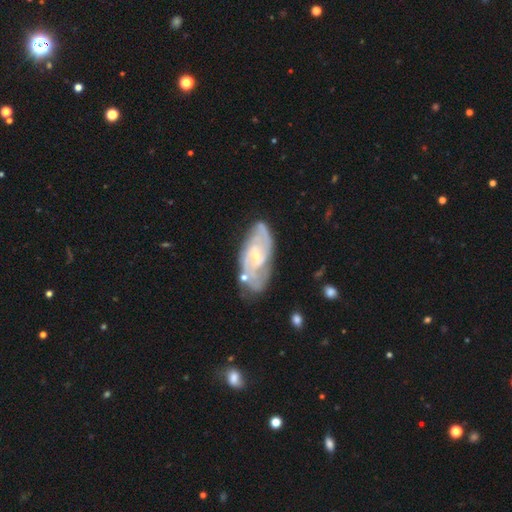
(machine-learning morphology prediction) smooth-or-featured: featured or disk: 81% | smooth: 13% | star or artifact: 6%
  disk-edge-on: no: 93% | yes: 7%
    bar: weak: 45% | no: 44% | strong: 11%
    has-spiral-arms: yes: 92% | no: 8%
      spiral-winding: tight: 48% | medium: 40% | loose: 12%
      spiral-arm-count: 2: 49% | can't tell: 28% | 3: 12% | 4: 5% | 1: 3% | more than 4: 3%
    bulge-size: small: 67% | moderate: 27% | none: 4% | large: 1% | dominant: 1%
  merging: none: 69% | minor disturbance: 20% | major disturbance: 6% | merger: 4%